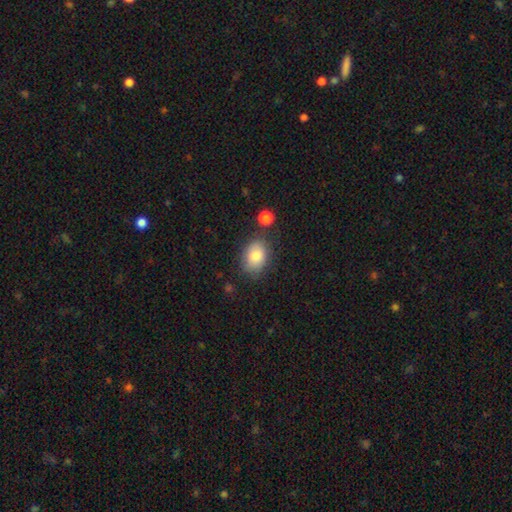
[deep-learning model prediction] This appears to be a smooth galaxy with no disk features (82%) that is in between round and cigar-shaped (70%). Merging: none (75%).